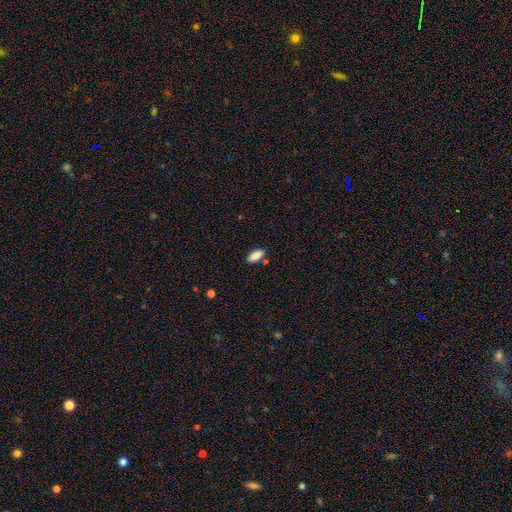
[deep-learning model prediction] This appears to be a smooth galaxy with no disk features (88%) that is in between round and cigar-shaped (86%). Merging: none (82%).